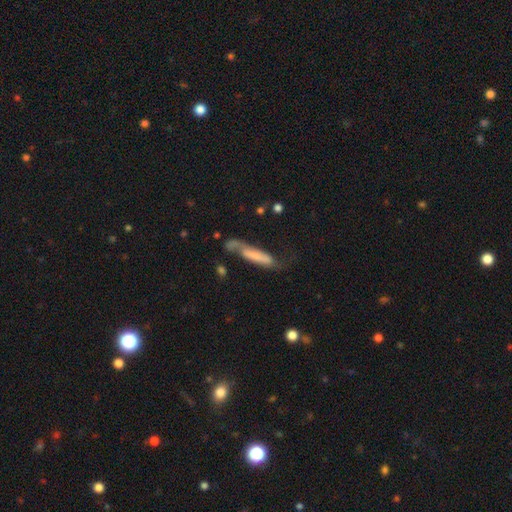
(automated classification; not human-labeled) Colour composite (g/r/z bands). It shows a smooth galaxy with no disk features (53%) that is cigar-shaped (78%). Merging: none (37%).